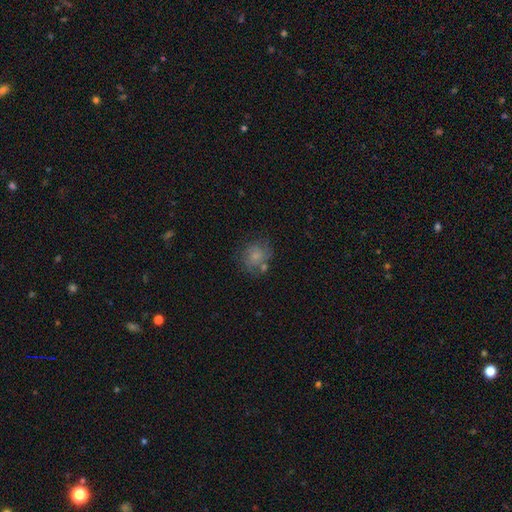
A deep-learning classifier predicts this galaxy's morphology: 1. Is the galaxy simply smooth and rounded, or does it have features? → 61% smooth, 28% featured or disk, 11% star or artifact.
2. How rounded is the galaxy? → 79% round, 20% in between, 1% cigar-shaped.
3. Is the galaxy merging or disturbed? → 60% none, 20% minor disturbance, 10% major disturbance, 10% merger.